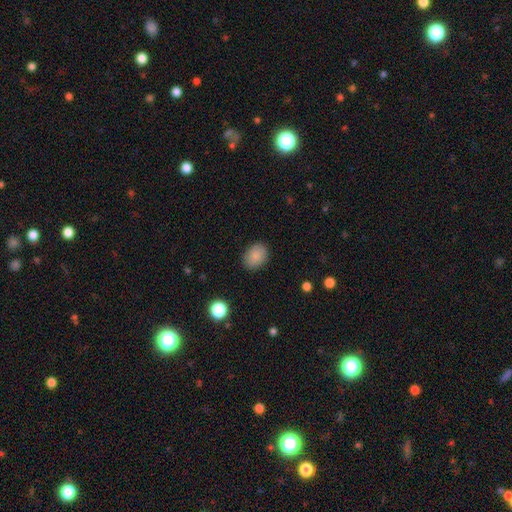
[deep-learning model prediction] smooth 86%, star or artifact 8%, featured or disk 6%. Down the decision tree: how rounded — in between (64%); merging — none (87%).